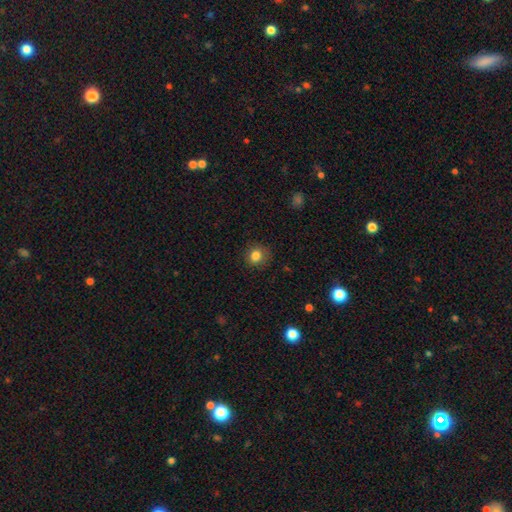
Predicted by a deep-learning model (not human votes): Morphology: type=smooth (82%); roundness=round (78%); merging=none (83%).